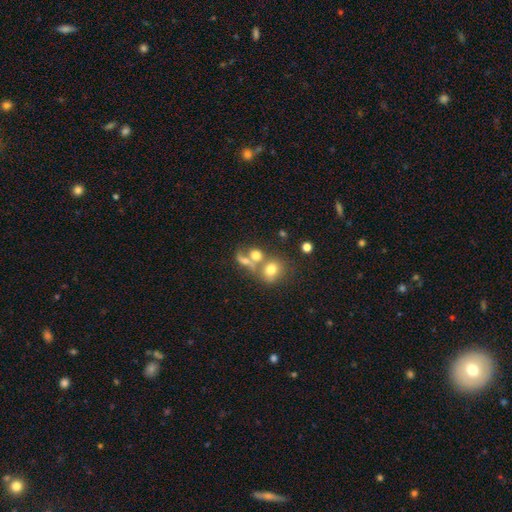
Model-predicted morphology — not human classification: smooth 67%, featured or disk 18%, star or artifact 15%. Down the decision tree: how rounded — round (60%); merging — merger (50%).